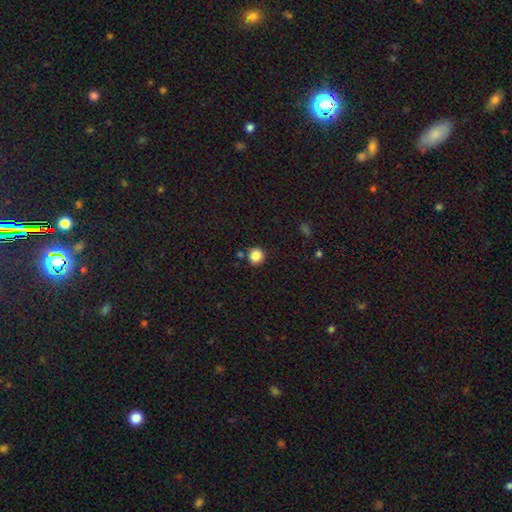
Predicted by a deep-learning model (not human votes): The model was most divided on "smooth or featured": smooth: 85%, star or artifact: 10%, featured or disk: 4%. More confident: how rounded — round (90%); merging — none (84%).